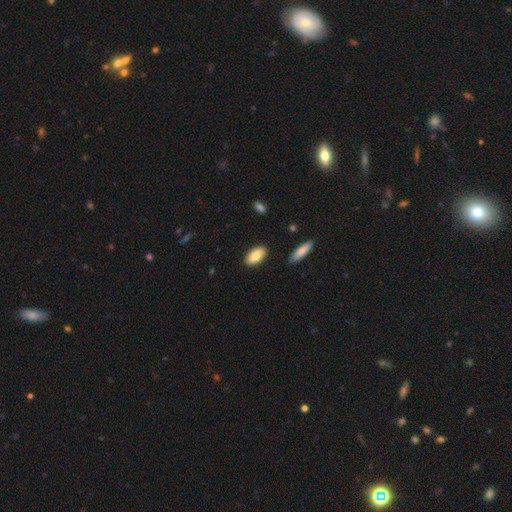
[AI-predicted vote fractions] Smooth or featured: smooth — 84% (featured or disk — 10%)
How rounded: in between — 92% (cigar-shaped — 5%)
Merging: none — 87% (minor disturbance — 9%)